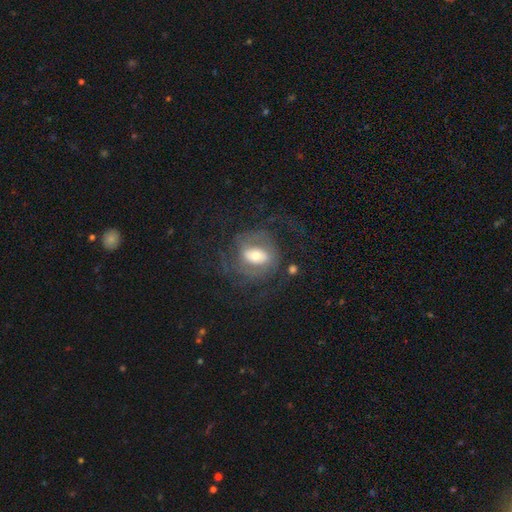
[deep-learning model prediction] Smooth or featured?
  - featured or disk: 71% *
  - smooth: 20%
  - star or artifact: 8%
Edge-on disk?
  - no: 96% *
  - yes: 4%
Bar?
  - weak: 41% *
  - no: 35%
  - strong: 24%
Spiral arms?
  - yes: 79% *
  - no: 21%
Spiral winding?
  - medium: 42% *
  - tight: 34%
  - loose: 24%
Spiral arm count?
  - 2: 46% *
  - can't tell: 29%
  - 3: 10%
  - 1: 8%
  - 4: 4%
  - more than 4: 3%
Bulge size?
  - moderate: 58% *
  - small: 25%
  - large: 14%
  - dominant: 2%
  - none: 1%
Merging?
  - none: 55% *
  - major disturbance: 27%
  - minor disturbance: 16%
  - merger: 2%